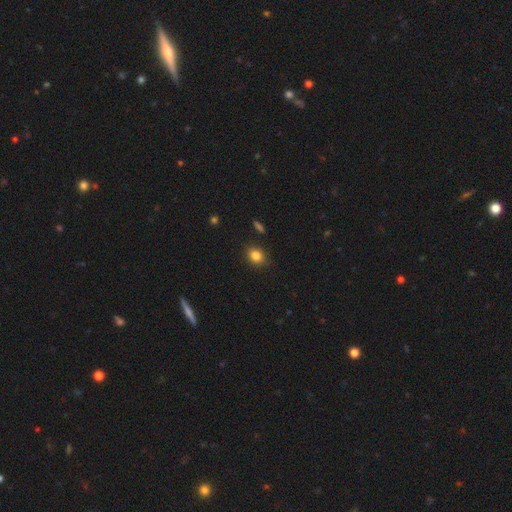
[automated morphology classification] A smooth galaxy with no disk features (83%) that is round (55%). Merging: none (86%).